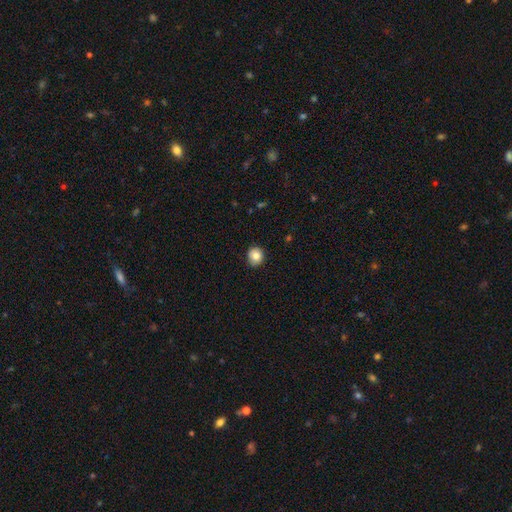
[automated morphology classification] type=smooth (83%); roundness=round (84%); merging=none (86%).